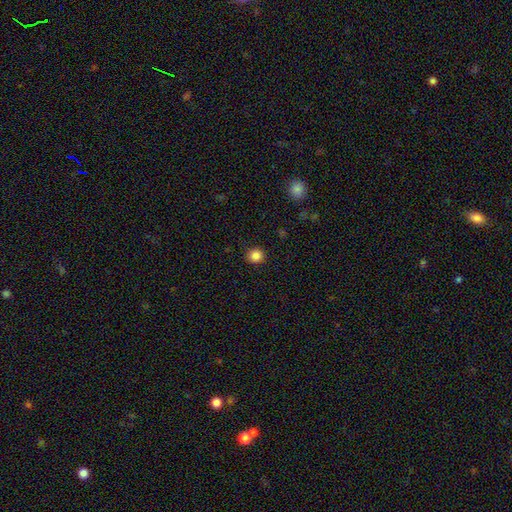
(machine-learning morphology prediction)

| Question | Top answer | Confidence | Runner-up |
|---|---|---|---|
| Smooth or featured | smooth | 85% | star or artifact (11%) |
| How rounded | round | 90% | in between (9%) |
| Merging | none | 92% | minor disturbance (5%) |